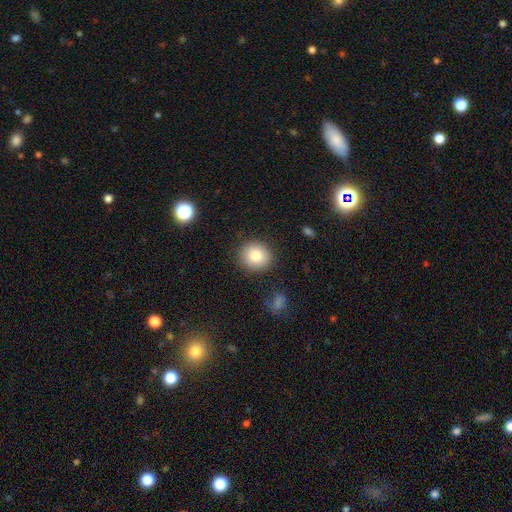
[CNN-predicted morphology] Smooth or featured? smooth (82%)
How rounded? round (88%)
Merging? none (88%)